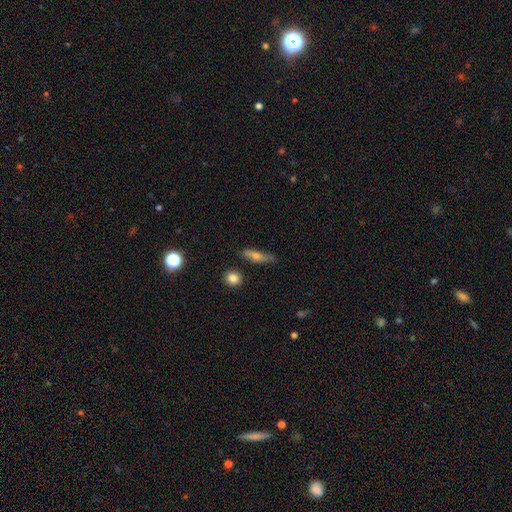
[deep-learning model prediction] Overall: smooth (48%; featured or disk 41%). Merging: none (76%).